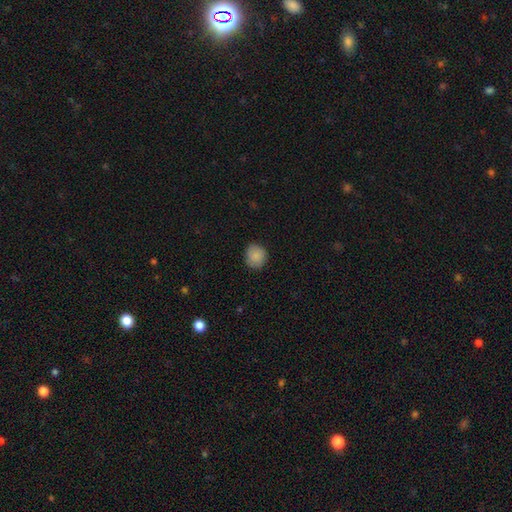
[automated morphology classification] A smooth galaxy with no disk features (87%) that is round (83%). Merging: none (83%).